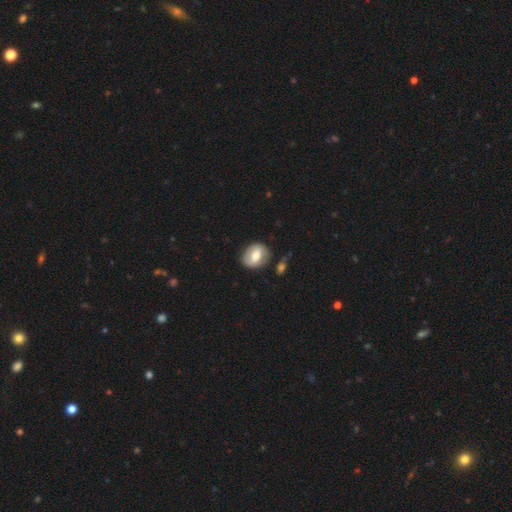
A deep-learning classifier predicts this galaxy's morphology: Smooth or featured: smooth — 61% (featured or disk — 32%)
How rounded: round — 58% (in between — 40%)
Merging: none — 77% (minor disturbance — 14%)